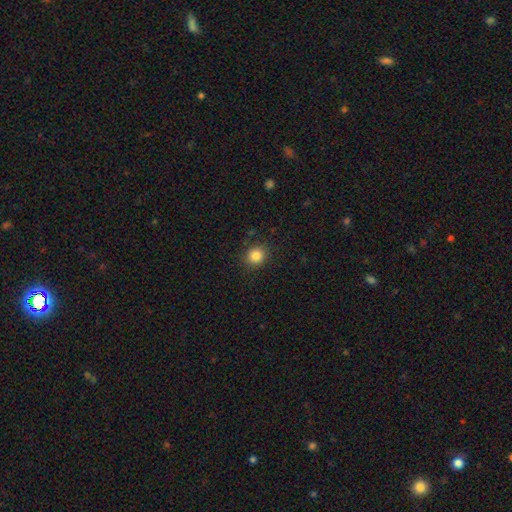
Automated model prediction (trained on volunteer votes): A smooth galaxy with no disk features (85%) that is round (85%).

Vote fractions:
- Smooth or featured? smooth: 85% / star or artifact: 11% / featured or disk: 4%
- How rounded? round: 85% / in between: 14% / cigar-shaped: 1%
- Merging? none: 88% / minor disturbance: 8% / major disturbance: 3% / merger: 1%